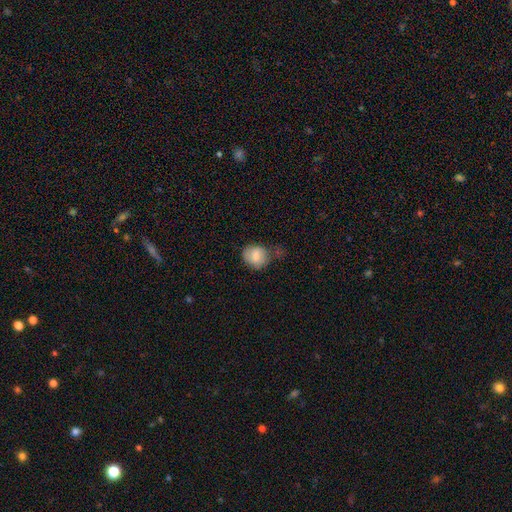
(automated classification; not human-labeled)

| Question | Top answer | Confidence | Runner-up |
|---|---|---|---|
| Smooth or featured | smooth | 79% | featured or disk (14%) |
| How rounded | round | 67% | in between (33%) |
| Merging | none | 49% | minor disturbance (31%) |